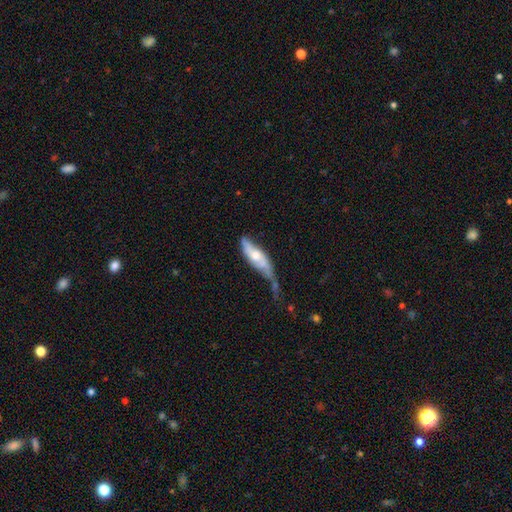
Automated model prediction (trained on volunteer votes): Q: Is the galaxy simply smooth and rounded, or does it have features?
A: featured or disk — 52%.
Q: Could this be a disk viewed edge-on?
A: no — 61%.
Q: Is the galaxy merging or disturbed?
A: minor disturbance — 34%.